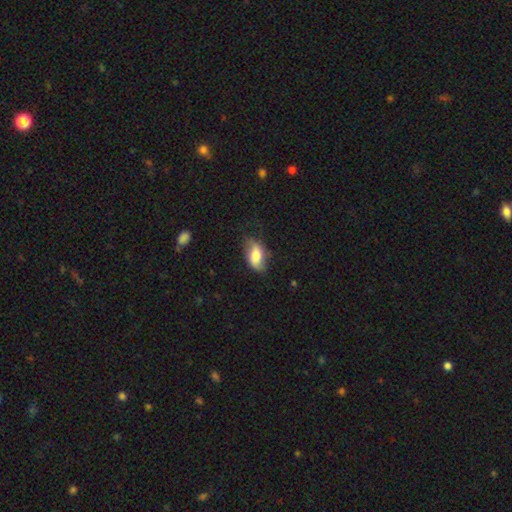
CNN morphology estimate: The model was most divided on "merging": none: 62%, minor disturbance: 28%, major disturbance: 9%, merger: 2%. More confident: how rounded — in between (90%); smooth or featured — smooth (67%).